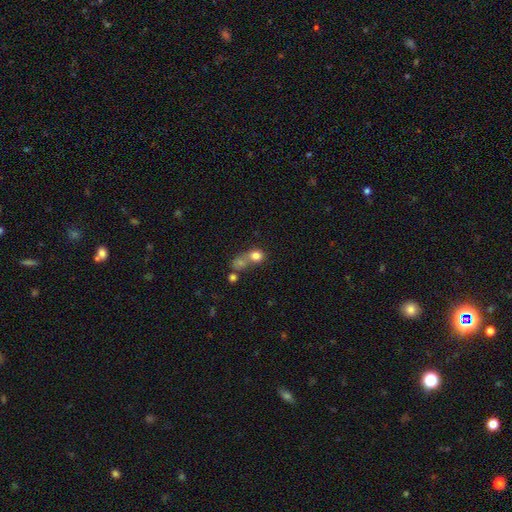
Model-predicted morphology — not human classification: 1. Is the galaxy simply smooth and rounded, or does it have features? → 76% smooth, 13% star or artifact, 11% featured or disk.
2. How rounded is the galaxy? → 77% round, 21% in between, 1% cigar-shaped.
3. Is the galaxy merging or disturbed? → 52% merger, 32% none, 8% minor disturbance, 7% major disturbance.